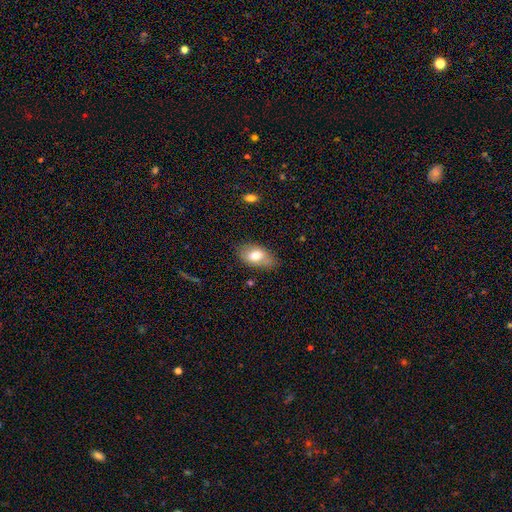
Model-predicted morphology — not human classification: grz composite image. It shows a smooth galaxy with no disk features (74%) that is in between round and cigar-shaped (91%). Merging: none (75%).